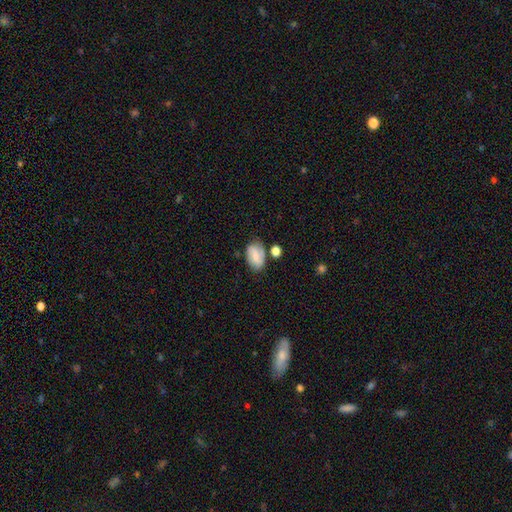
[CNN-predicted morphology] This appears to be a smooth galaxy with no disk features (54%) that is in between round and cigar-shaped (87%). Merging: none (64%).